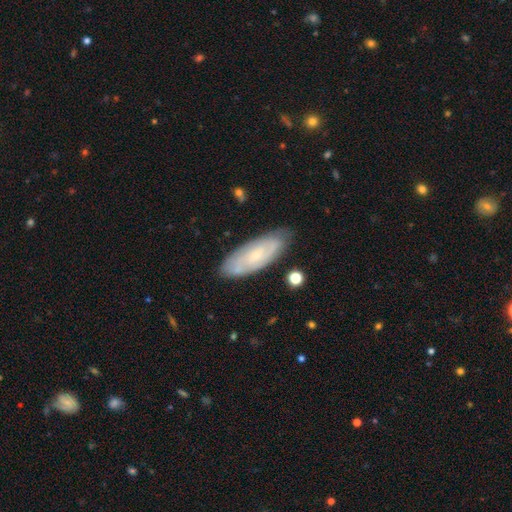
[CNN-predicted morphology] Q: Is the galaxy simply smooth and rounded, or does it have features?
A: featured or disk — 57%.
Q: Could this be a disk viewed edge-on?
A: no — 84%.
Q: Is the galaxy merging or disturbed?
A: none — 79%.